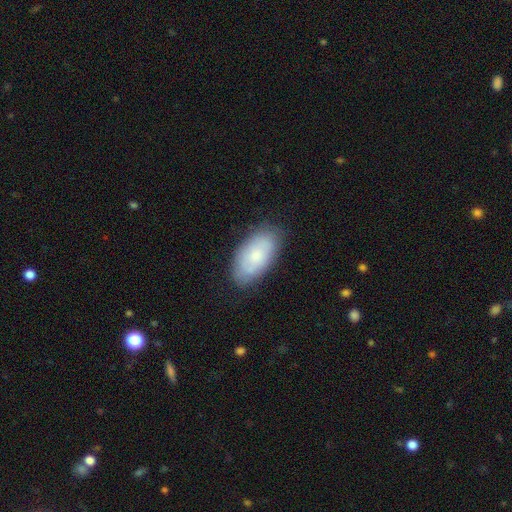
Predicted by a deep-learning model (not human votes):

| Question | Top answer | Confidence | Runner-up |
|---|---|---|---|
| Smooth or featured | smooth | 68% | featured or disk (25%) |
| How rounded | in between | 94% | round (3%) |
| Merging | none | 78% | minor disturbance (16%) |